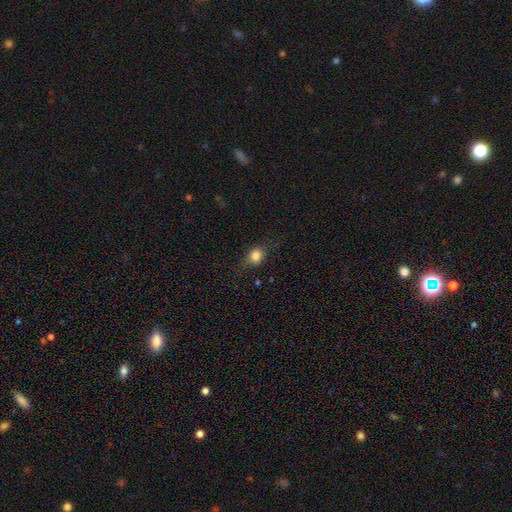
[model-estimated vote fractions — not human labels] Morphology: type=smooth (74%); roundness=round (65%); merging=none (72%).